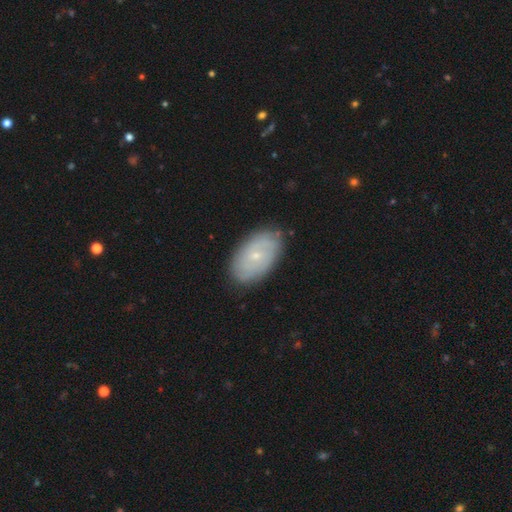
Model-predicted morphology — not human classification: smooth-or-featured: featured or disk: 49% | smooth: 43% | star or artifact: 8%
  merging: none: 84% | minor disturbance: 12% | major disturbance: 3% | merger: 1%